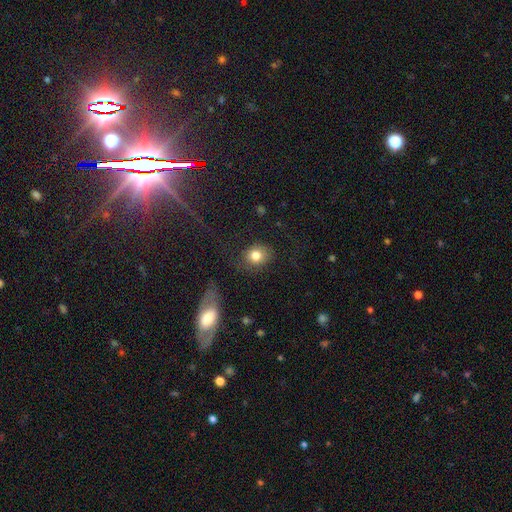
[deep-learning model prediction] Q: Smooth or featured?
A: smooth (80%); runner-up: star or artifact (10%)
Q: How rounded?
A: round (67%); runner-up: in between (31%)
Q: Merging?
A: none (75%); runner-up: minor disturbance (14%)